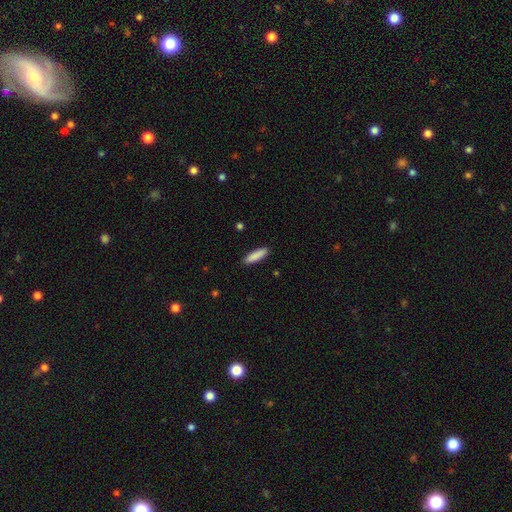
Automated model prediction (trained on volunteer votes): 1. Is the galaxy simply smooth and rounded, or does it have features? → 88% smooth, 6% featured or disk, 6% star or artifact.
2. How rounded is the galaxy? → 73% cigar-shaped, 26% in between, 1% round.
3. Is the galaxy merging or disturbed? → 88% none, 9% minor disturbance, 2% major disturbance, 1% merger.